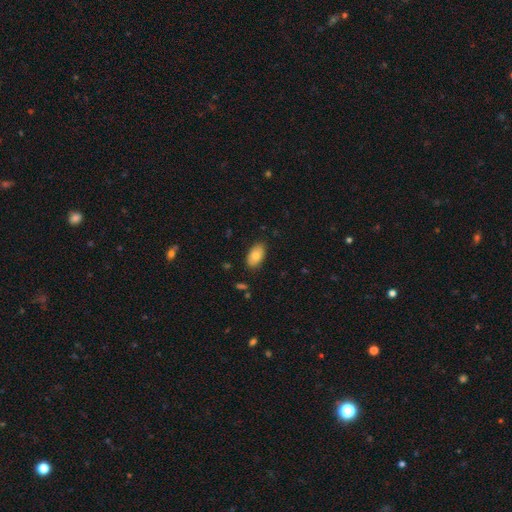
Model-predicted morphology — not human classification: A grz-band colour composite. It shows a smooth galaxy with no disk features (79%) that is in between round and cigar-shaped (93%). Merging: none (85%).